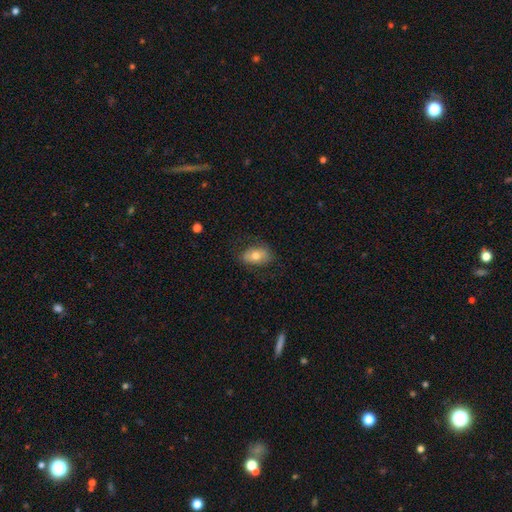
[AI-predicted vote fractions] smooth 70%, featured or disk 23%, star or artifact 7%. Down the decision tree: how rounded — in between (86%); merging — none (76%).